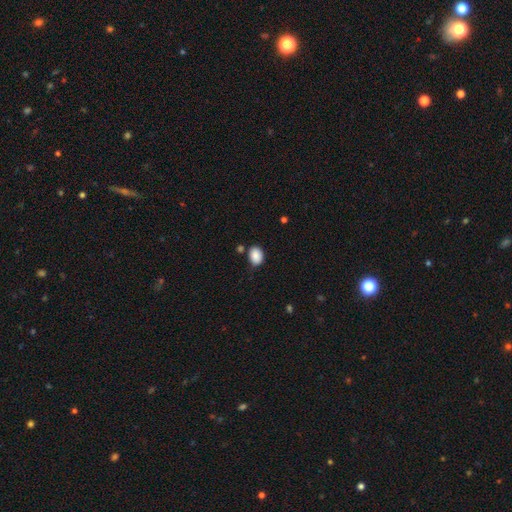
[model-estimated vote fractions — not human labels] A smooth galaxy with no disk features (88%) that is in between round and cigar-shaped (74%). Merging: none (75%).